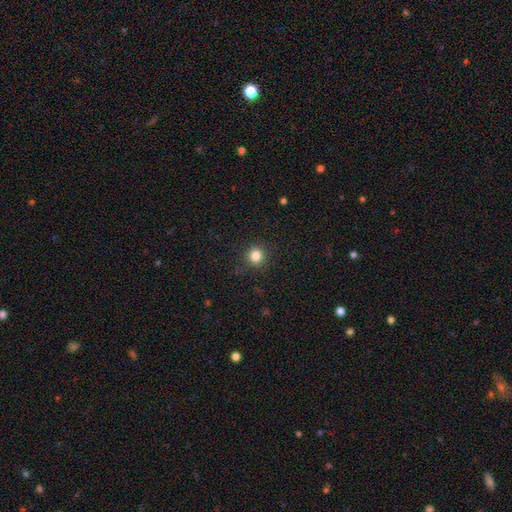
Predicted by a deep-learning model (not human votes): smooth 83%, star or artifact 12%, featured or disk 5%. Down the decision tree: how rounded — round (92%); merging — none (89%).